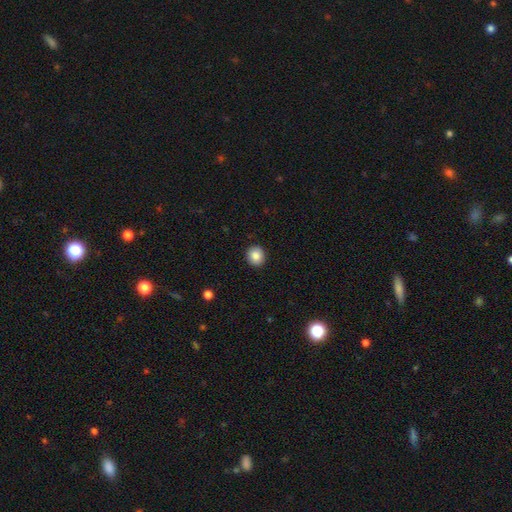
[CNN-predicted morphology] smooth 85%, star or artifact 9%, featured or disk 6%. Down the decision tree: how rounded — round (86%); merging — none (92%).